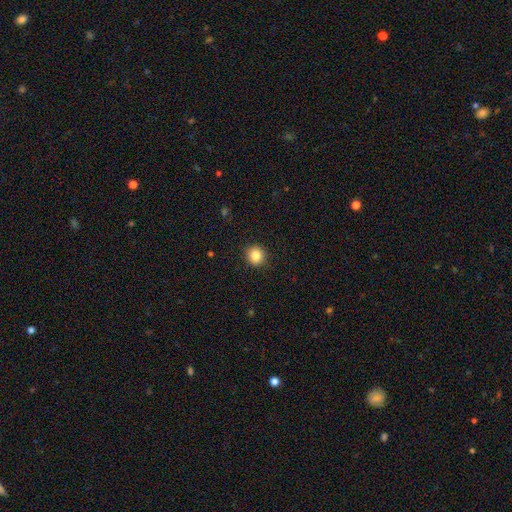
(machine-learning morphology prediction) Smooth or featured?
  - smooth: 85% *
  - star or artifact: 10%
  - featured or disk: 5%
How rounded?
  - round: 89% *
  - in between: 10%
  - cigar-shaped: 1%
Merging?
  - none: 91% *
  - minor disturbance: 6%
  - major disturbance: 2%
  - merger: 1%